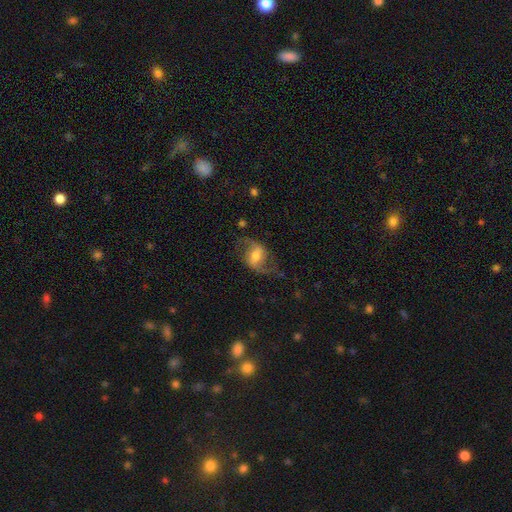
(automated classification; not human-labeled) Overall: featured or disk (74%). Edge-on disk: no (96%). Bar: weak (49%; strong 28%). Spiral arms: yes (92%). Spiral arm count: 2 (91%). Spiral winding: loose (59%; medium 34%). Bulge size: moderate (56%; small 25%). Merging: none (69%).